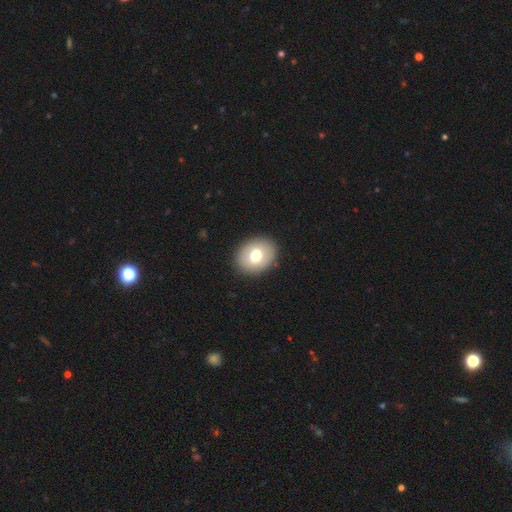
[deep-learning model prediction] A smooth galaxy with no disk features (72%) that is round (50%). Merging: none (90%).